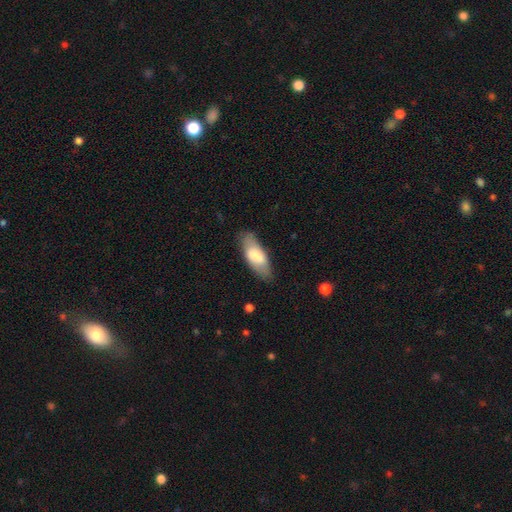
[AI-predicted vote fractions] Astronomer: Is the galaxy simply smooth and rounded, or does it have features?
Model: smooth — 73%.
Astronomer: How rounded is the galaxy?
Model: in between — 76%.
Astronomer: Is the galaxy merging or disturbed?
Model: none — 79%.